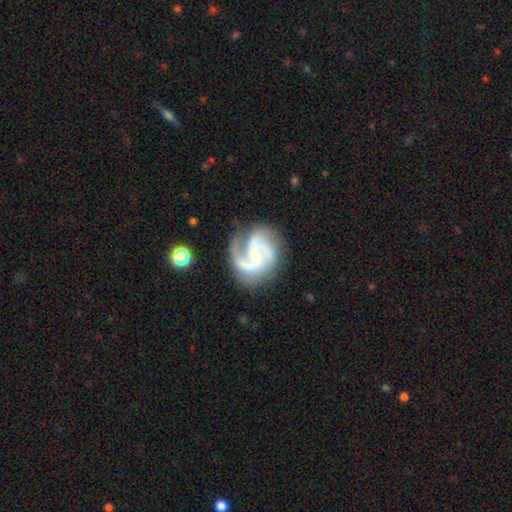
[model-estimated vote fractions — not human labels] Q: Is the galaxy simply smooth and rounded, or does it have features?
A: featured or disk — 86%.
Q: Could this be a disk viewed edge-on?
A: no — 98%.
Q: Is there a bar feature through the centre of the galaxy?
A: no — 49%.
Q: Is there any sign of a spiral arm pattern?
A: yes — 97%.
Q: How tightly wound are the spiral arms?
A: medium — 51%.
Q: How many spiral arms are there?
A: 3 — 40%.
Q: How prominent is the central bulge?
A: none — 45%.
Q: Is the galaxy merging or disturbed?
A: none — 61%.